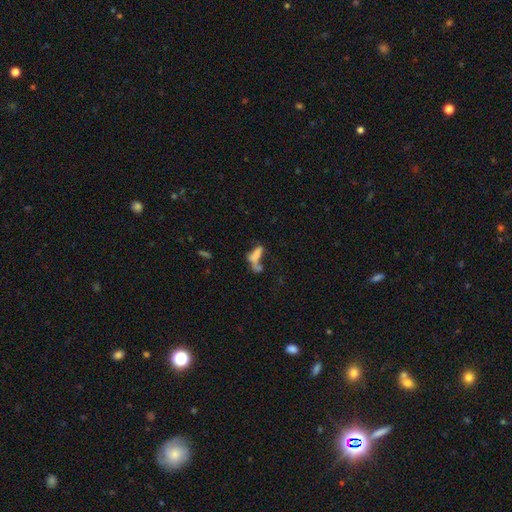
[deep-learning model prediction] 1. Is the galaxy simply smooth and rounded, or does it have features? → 60% smooth, 24% featured or disk, 15% star or artifact.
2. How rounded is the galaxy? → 61% in between, 35% cigar-shaped, 4% round.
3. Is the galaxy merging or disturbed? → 46% merger, 21% major disturbance, 20% none, 12% minor disturbance.